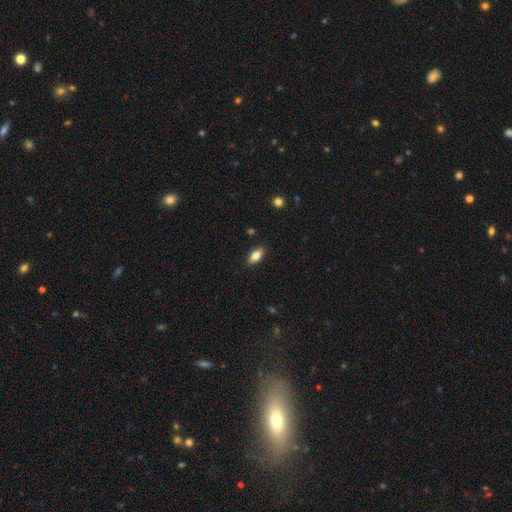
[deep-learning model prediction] A smooth galaxy with no disk features (77%) that is in between round and cigar-shaped (85%).

Vote fractions:
- Smooth or featured? smooth: 77% / featured or disk: 16% / star or artifact: 7%
- How rounded? in between: 85% / cigar-shaped: 12% / round: 3%
- Merging? none: 88% / minor disturbance: 9% / major disturbance: 2% / merger: 1%